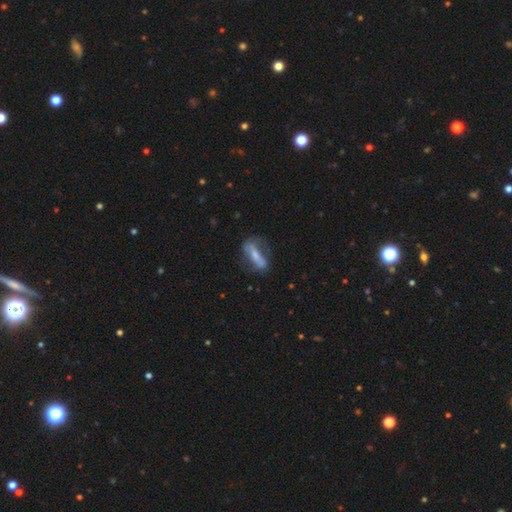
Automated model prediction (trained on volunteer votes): A featured or disk galaxy (50%). Merging: none (59%).